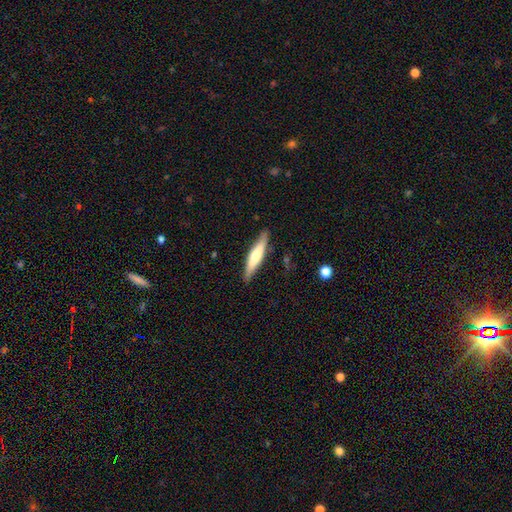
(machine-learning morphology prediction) Overall: smooth (49%; featured or disk 45%). Merging: none (86%).